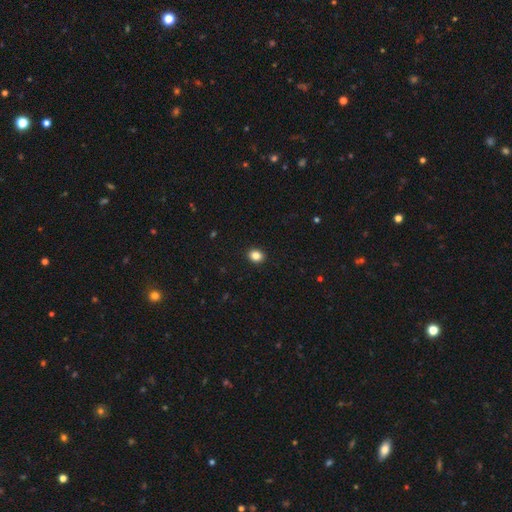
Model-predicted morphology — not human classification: This is clearly a smooth galaxy (85%). How rounded: possibly round (52%). Merging: clearly none (92%).